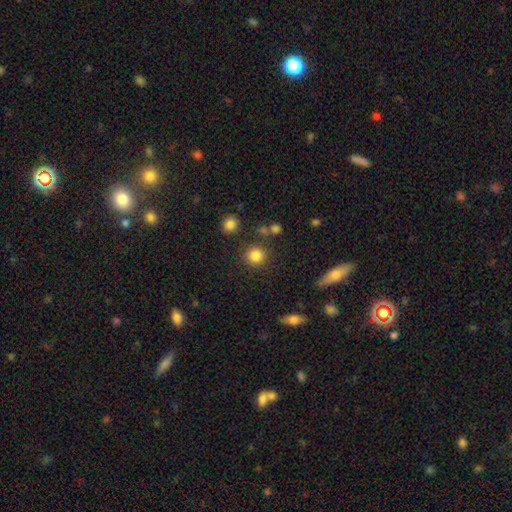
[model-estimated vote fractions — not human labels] A smooth galaxy with no disk features (83%) that is round (90%).

Vote fractions:
- Smooth or featured? smooth: 83% / star or artifact: 11% / featured or disk: 5%
- How rounded? round: 90% / in between: 9% / cigar-shaped: 1%
- Merging? none: 83% / minor disturbance: 8% / merger: 5% / major disturbance: 4%